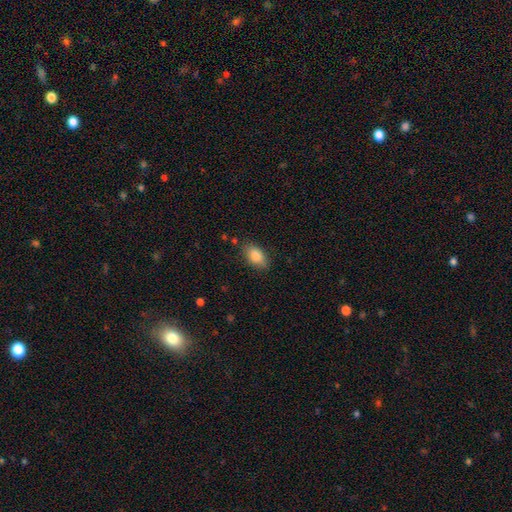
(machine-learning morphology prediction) Q: Smooth or featured?
A: smooth (84%); runner-up: featured or disk (9%)
Q: How rounded?
A: in between (89%); runner-up: round (6%)
Q: Merging?
A: none (81%); runner-up: minor disturbance (14%)